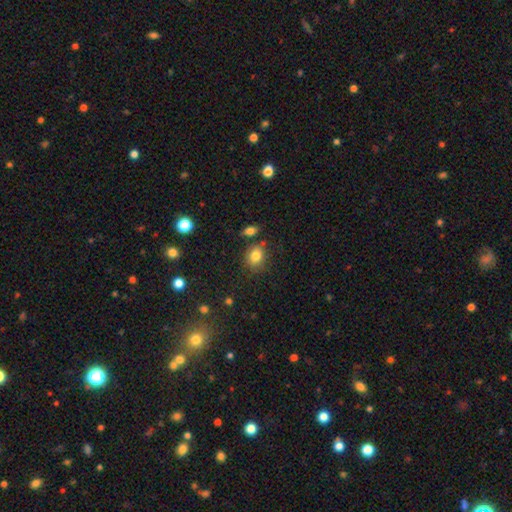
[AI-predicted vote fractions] Overall: smooth (81%). How rounded: round (56%; in between 42%). Merging: none (73%).